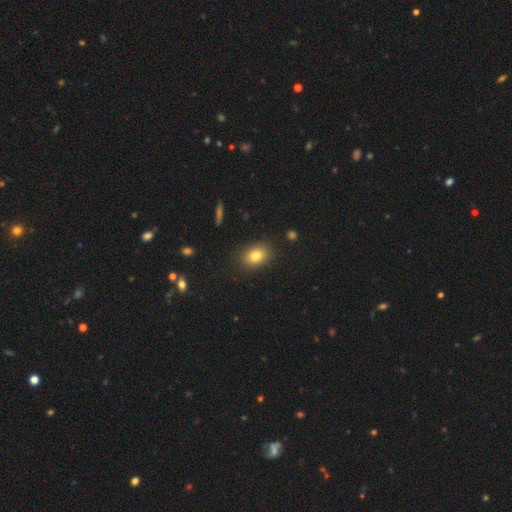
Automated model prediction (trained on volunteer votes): Overall: smooth (81%). How rounded: in between (74%). Merging: none (87%).